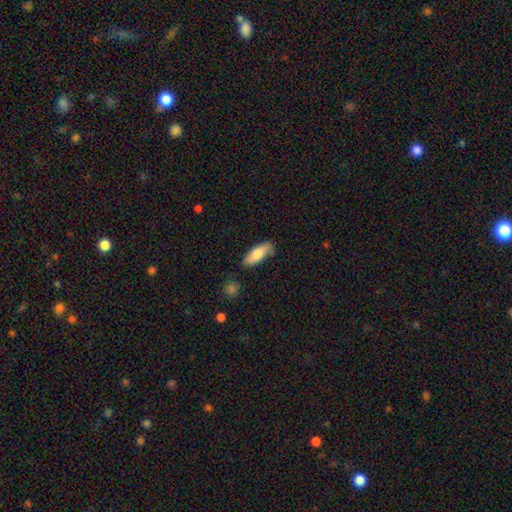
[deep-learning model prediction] A smooth galaxy with no disk features (76%) that is in between round and cigar-shaped (72%).

Vote fractions:
- Smooth or featured? smooth: 76% / featured or disk: 18% / star or artifact: 6%
- How rounded? in between: 72% / cigar-shaped: 26% / round: 2%
- Merging? none: 73% / minor disturbance: 20% / major disturbance: 4% / merger: 3%